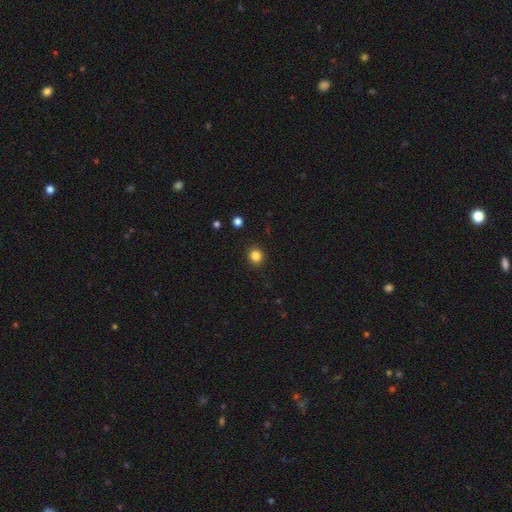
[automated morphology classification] Smooth or featured? smooth (84%)
How rounded? round (89%)
Merging? none (91%)